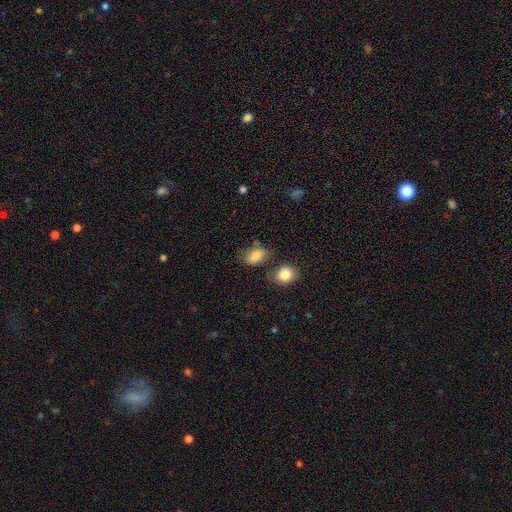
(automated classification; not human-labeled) Smooth or featured? smooth (82%)
How rounded? in between (84%)
Merging? none (58%)